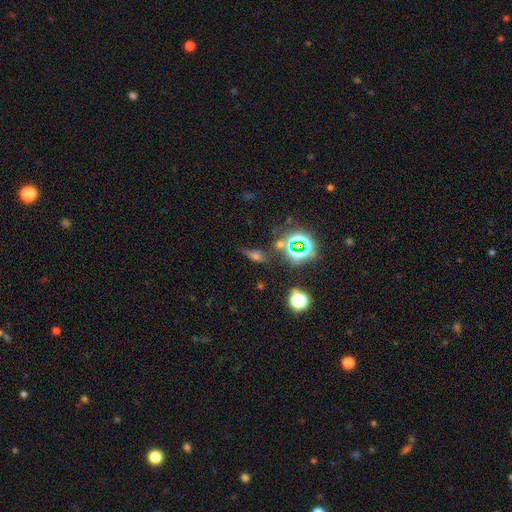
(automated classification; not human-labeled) Q: Smooth or featured?
A: star or artifact (42%); runner-up: smooth (40%)